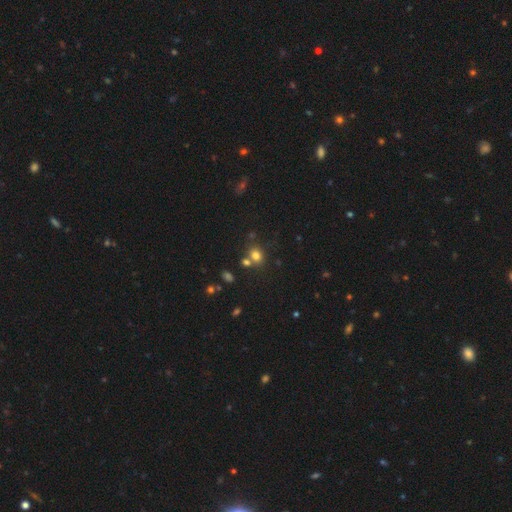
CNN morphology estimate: Smooth or featured? Predicted: smooth (p=0.75). How rounded? Predicted: in between (p=0.50). Merging? Predicted: none (p=0.60).